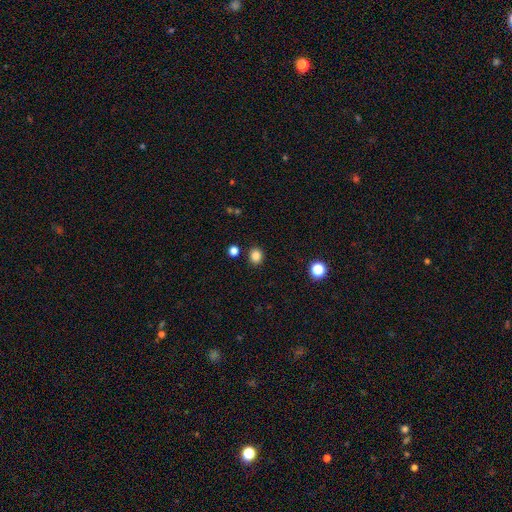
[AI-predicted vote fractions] Q: Smooth or featured?
A: smooth (84%); runner-up: star or artifact (12%)
Q: How rounded?
A: round (78%); runner-up: in between (21%)
Q: Merging?
A: none (87%); runner-up: minor disturbance (7%)